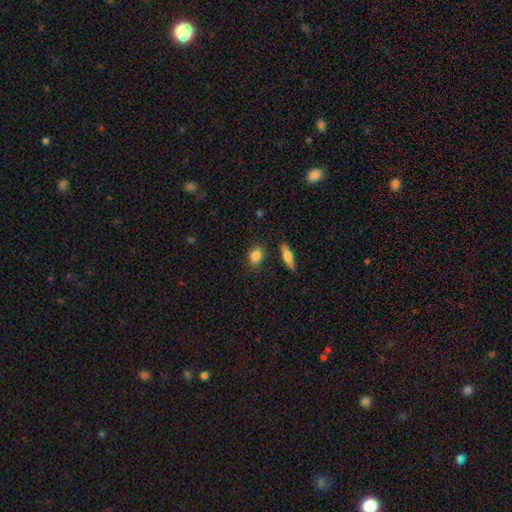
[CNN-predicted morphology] Smooth or featured? Predicted: smooth (p=0.85). How rounded? Predicted: in between (p=0.58). Merging? Predicted: none (p=0.84).